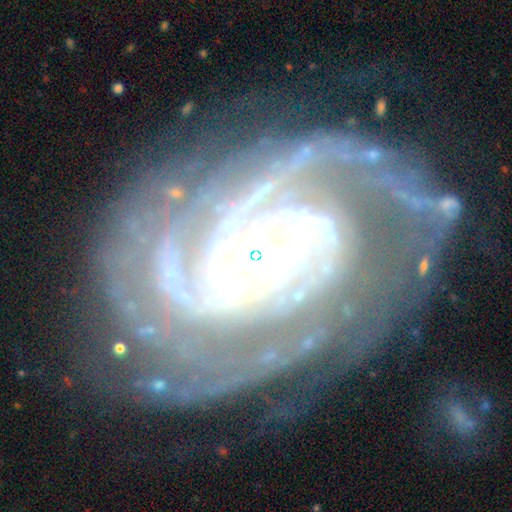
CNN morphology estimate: A featured or disk galaxy (91%) with no bar (64%), 2 (28%) tight (73%) spiral arms (98%) and a small central bulge (57%). Merging: none (68%).